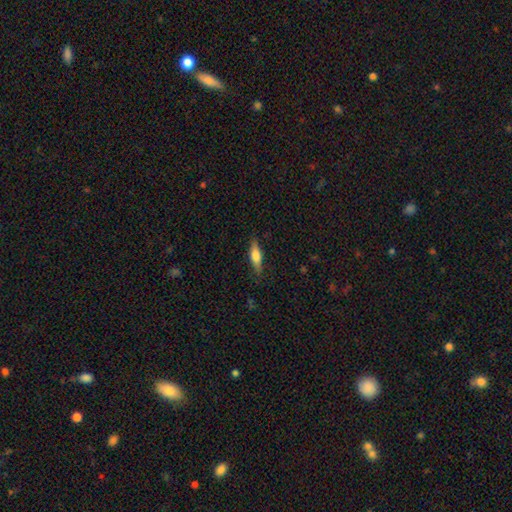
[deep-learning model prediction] A smooth galaxy with no disk features (57%) that is cigar-shaped (52%). Merging: none (84%).